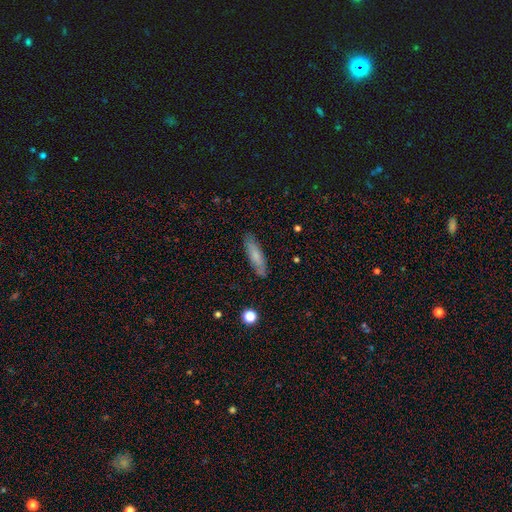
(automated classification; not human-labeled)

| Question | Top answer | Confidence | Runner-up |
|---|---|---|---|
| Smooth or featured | smooth | 71% | featured or disk (22%) |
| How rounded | cigar-shaped | 70% | in between (29%) |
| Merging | none | 83% | minor disturbance (12%) |